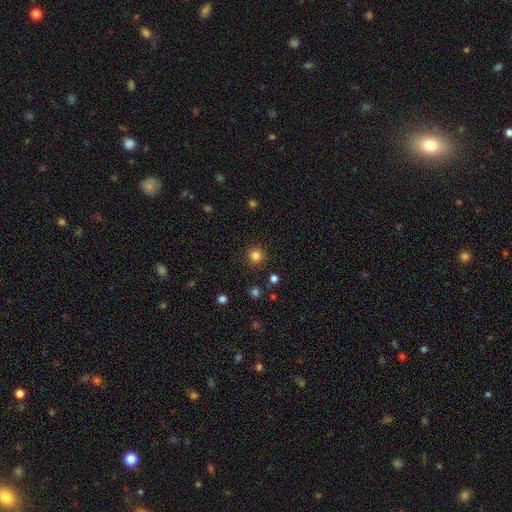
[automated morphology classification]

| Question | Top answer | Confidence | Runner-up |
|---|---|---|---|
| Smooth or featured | smooth | 82% | star or artifact (13%) |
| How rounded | round | 94% | in between (5%) |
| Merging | none | 90% | minor disturbance (6%) |